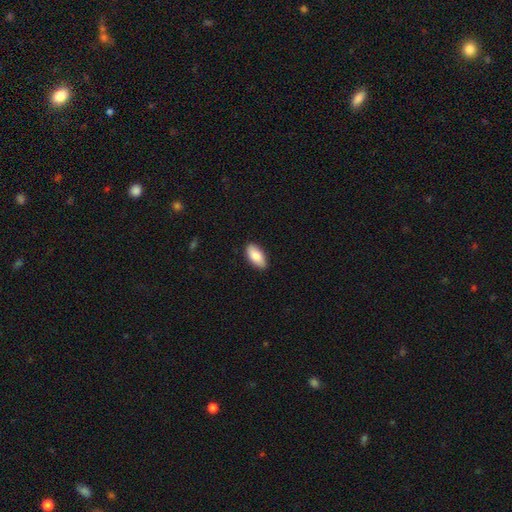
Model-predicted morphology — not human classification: A smooth galaxy with no disk features (87%) that is in between round and cigar-shaped (92%).

Vote fractions:
- Smooth or featured? smooth: 87% / featured or disk: 8% / star or artifact: 6%
- How rounded? in between: 92% / cigar-shaped: 6% / round: 2%
- Merging? none: 88% / minor disturbance: 10% / major disturbance: 2% / merger: 1%